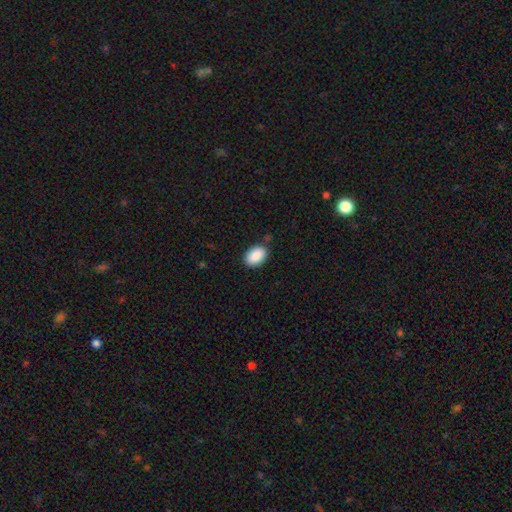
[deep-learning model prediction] Q: Smooth or featured?
A: smooth (90%); runner-up: star or artifact (6%)
Q: How rounded?
A: in between (88%); runner-up: round (10%)
Q: Merging?
A: none (84%); runner-up: minor disturbance (12%)